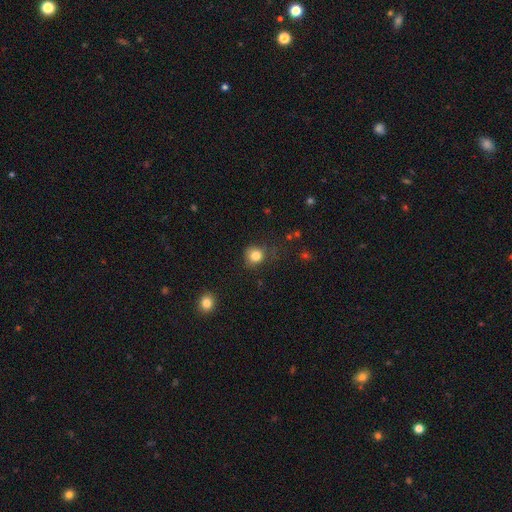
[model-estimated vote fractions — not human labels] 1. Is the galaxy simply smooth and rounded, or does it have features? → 82% smooth, 12% star or artifact, 6% featured or disk.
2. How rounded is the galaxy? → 84% round, 15% in between, 1% cigar-shaped.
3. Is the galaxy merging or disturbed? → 72% none, 19% minor disturbance, 6% major disturbance, 2% merger.